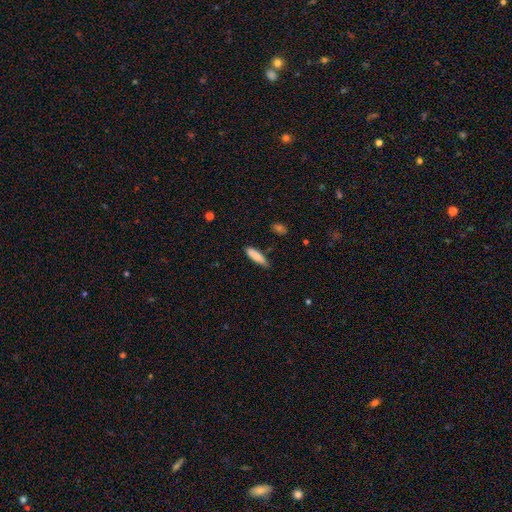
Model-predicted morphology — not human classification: This appears to be a smooth galaxy with no disk features (85%) that is cigar-shaped (63%). Merging: none (73%).